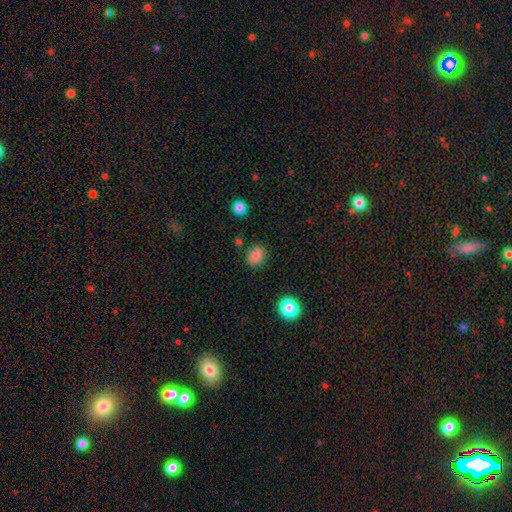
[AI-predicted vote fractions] A smooth galaxy with no disk features (85%) that is round (63%). Merging: none (84%).